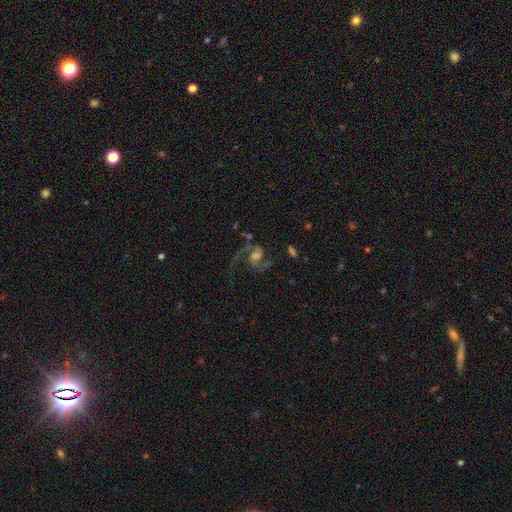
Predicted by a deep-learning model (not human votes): A featured or disk galaxy (87%) with a weak bar (47%), 2 (90%) medium (51%) spiral arms (97%) and a moderate central bulge (36%).

Vote fractions:
- Smooth or featured? featured or disk: 87% / star or artifact: 7% / smooth: 6%
- Edge-on disk? no: 98% / yes: 2%
- Bar? weak: 47% / no: 39% / strong: 14%
- Spiral arms? yes: 97% / no: 3%
- Spiral winding? medium: 51% / loose: 40% / tight: 9%
- Spiral arm count? 2: 90% / 1: 4% / can't tell: 2% / 3: 2% / 4: 1% / more than 4: 1%
- Bulge size? moderate: 36% / small: 26% / none: 20% / large: 16% / dominant: 2%
- Merging? none: 62% / major disturbance: 19% / minor disturbance: 15% / merger: 4%